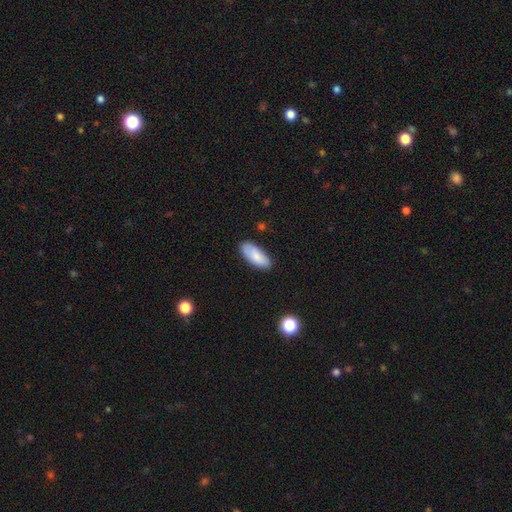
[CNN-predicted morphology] This is clearly a smooth galaxy (83%). How rounded: clearly in between (82%). Merging: clearly none (82%).